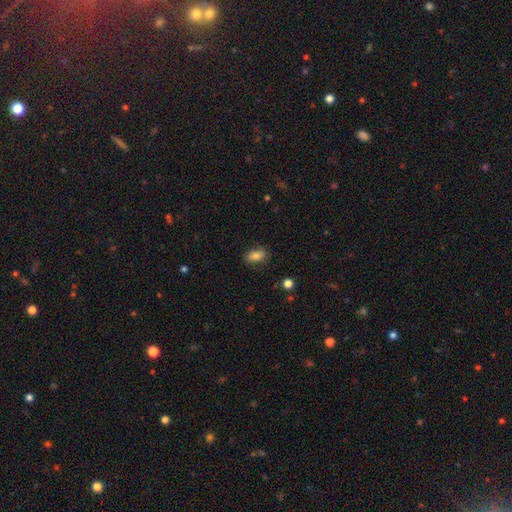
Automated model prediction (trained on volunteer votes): Morphology: type=smooth (84%); roundness=in between (88%); merging=none (81%).